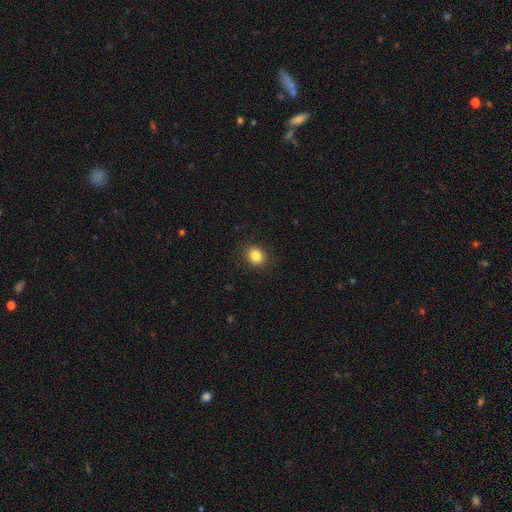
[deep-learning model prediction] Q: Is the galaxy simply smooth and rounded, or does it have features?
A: smooth — 85%.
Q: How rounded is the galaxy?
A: round — 62%.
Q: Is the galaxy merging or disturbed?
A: none — 90%.